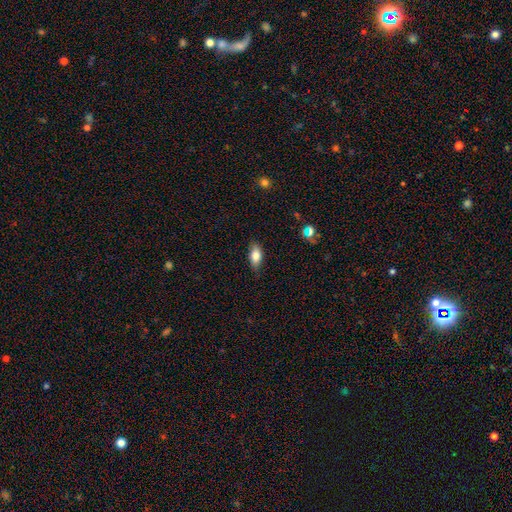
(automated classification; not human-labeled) A smooth galaxy with no disk features (78%) that is in between round and cigar-shaped (86%). Merging: none (78%).